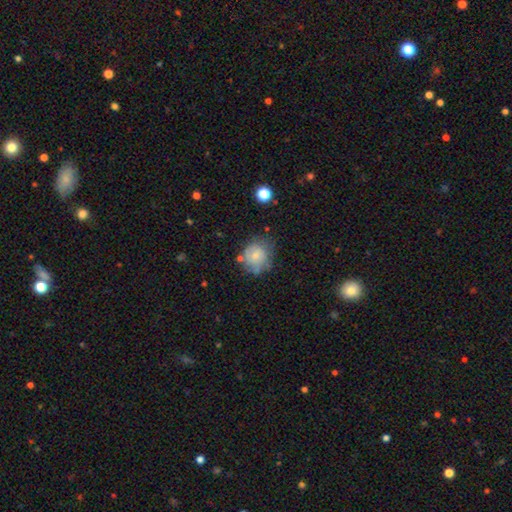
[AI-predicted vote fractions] smooth 61%, featured or disk 30%, star or artifact 9%. Down the decision tree: how rounded — round (73%); merging — none (50%).